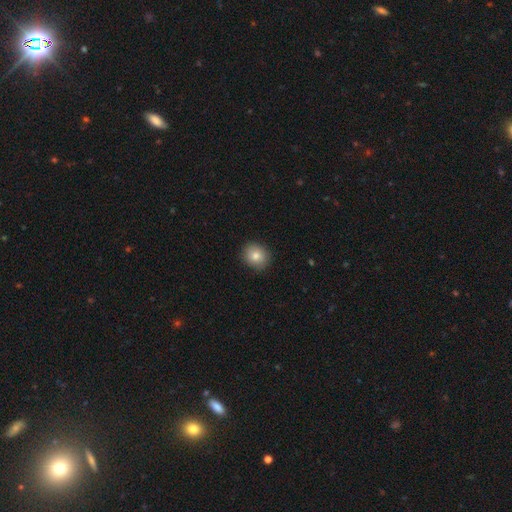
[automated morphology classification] Smooth or featured?
  - smooth: 82% *
  - star or artifact: 9%
  - featured or disk: 9%
How rounded?
  - round: 71% *
  - in between: 28%
  - cigar-shaped: 1%
Merging?
  - none: 89% *
  - minor disturbance: 8%
  - major disturbance: 2%
  - merger: 1%